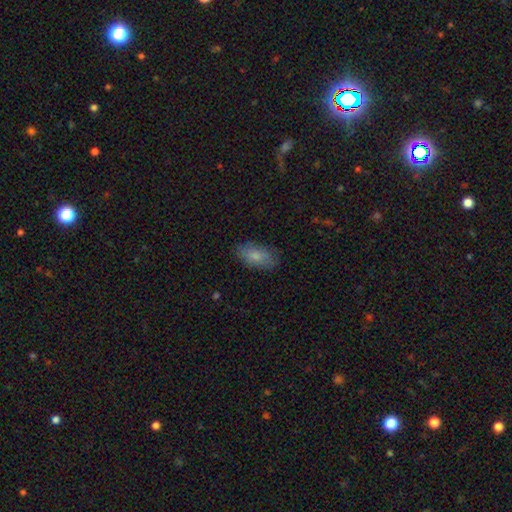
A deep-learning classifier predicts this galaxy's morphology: smooth_or_featured: smooth (p=0.80) [alt: featured or disk p=0.13]
how_rounded: in between (p=0.92) [alt: cigar-shaped p=0.04]
merging: none (p=0.82) [alt: minor disturbance p=0.14]